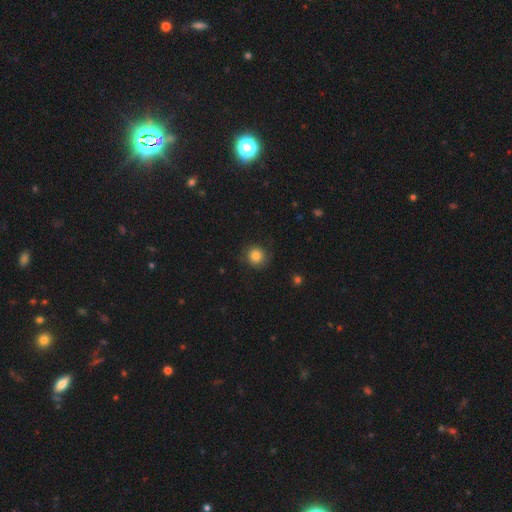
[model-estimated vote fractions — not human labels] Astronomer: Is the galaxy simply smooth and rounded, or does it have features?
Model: smooth — 83%.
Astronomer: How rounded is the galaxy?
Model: round — 89%.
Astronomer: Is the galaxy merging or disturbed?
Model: none — 82%.